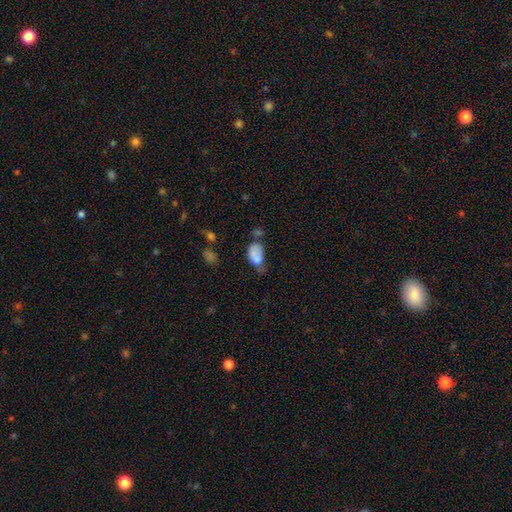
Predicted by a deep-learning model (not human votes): This is likely a smooth galaxy (75%). How rounded: clearly in between (86%). Merging: marginally minor disturbance (28%).